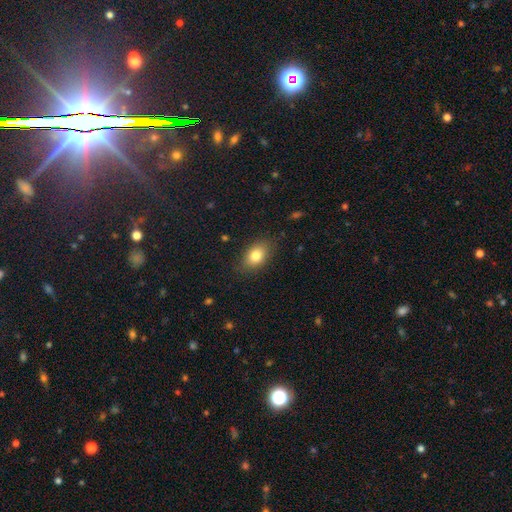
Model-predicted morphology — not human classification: This appears to be a smooth galaxy with no disk features (80%) that is in between round and cigar-shaped (80%). Merging: none (82%).